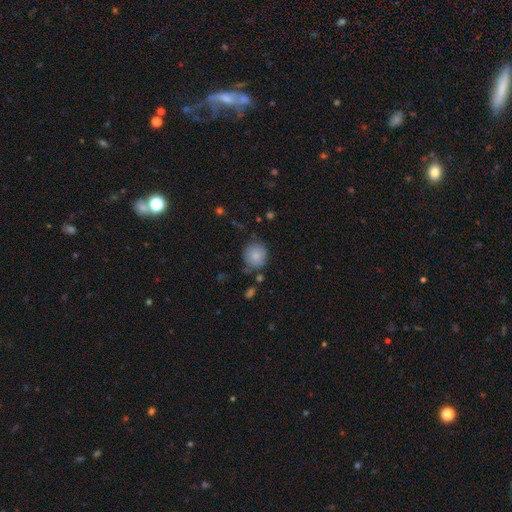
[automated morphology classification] This appears to be a smooth galaxy with no disk features (85%) that is round (89%). Merging: none (76%).